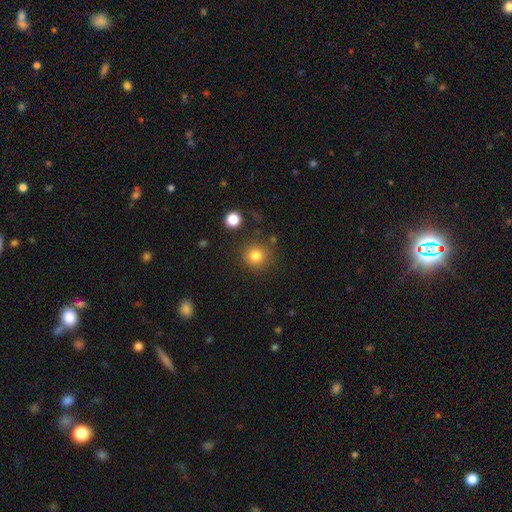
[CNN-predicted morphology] A smooth galaxy with no disk features (81%) that is round (93%).

Vote fractions:
- Smooth or featured? smooth: 81% / star or artifact: 13% / featured or disk: 6%
- How rounded? round: 93% / in between: 6% / cigar-shaped: 1%
- Merging? none: 83% / minor disturbance: 9% / merger: 4% / major disturbance: 4%